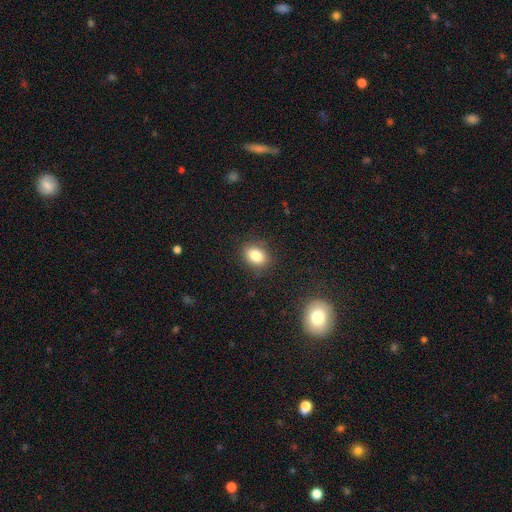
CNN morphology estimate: This is clearly a smooth galaxy (83%). How rounded: likely in between (69%). Merging: clearly none (85%).